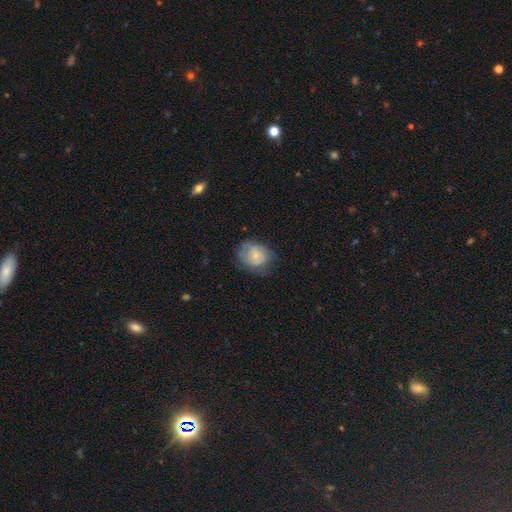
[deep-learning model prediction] Morphology: type=smooth (62%); roundness=round (60%); merging=none (56%).